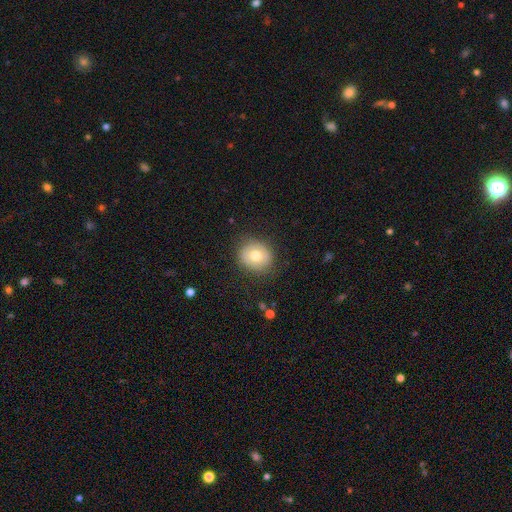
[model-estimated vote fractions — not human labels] Morphology: type=smooth (70%); roundness=round (78%); merging=none (84%).